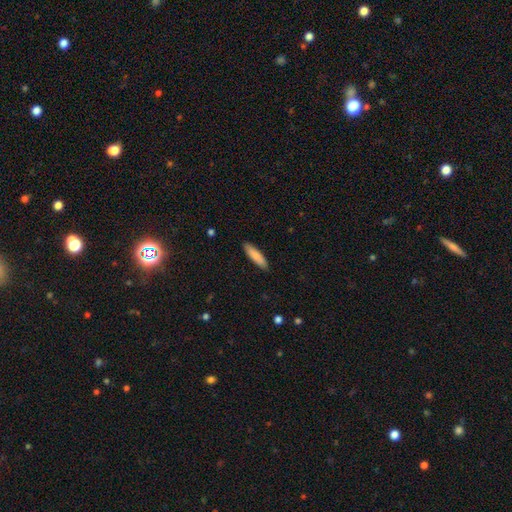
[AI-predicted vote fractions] Overall: smooth (84%). How rounded: cigar-shaped (68%; in between 31%). Merging: none (89%).